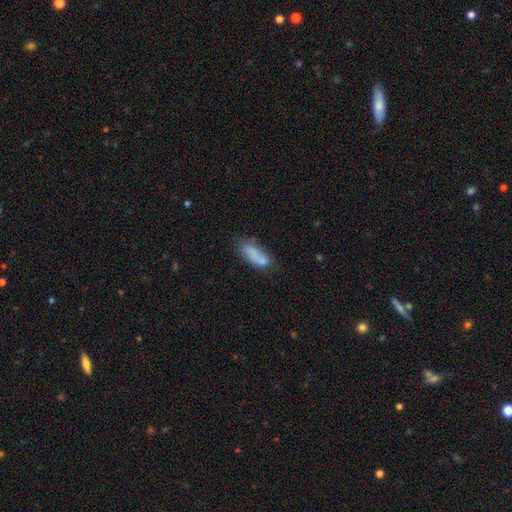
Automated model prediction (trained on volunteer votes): smooth-or-featured: smooth: 74% | featured or disk: 17% | star or artifact: 9%
  how-rounded: in between: 72% | cigar-shaped: 25% | round: 3%
  merging: none: 50% | minor disturbance: 23% | merger: 18% | major disturbance: 9%